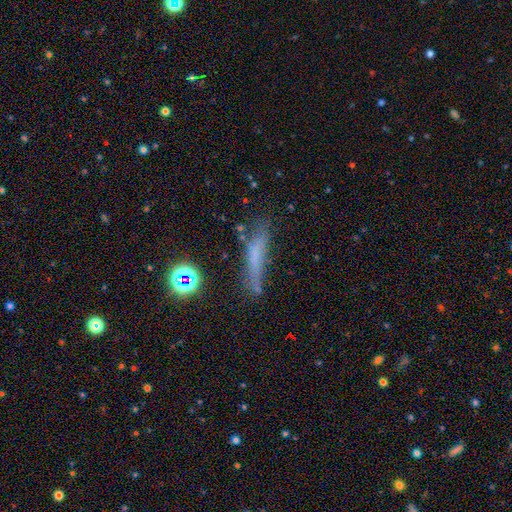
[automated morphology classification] Q: Smooth or featured?
A: smooth (49%); runner-up: featured or disk (30%)
Q: Merging?
A: none (53%); runner-up: minor disturbance (26%)